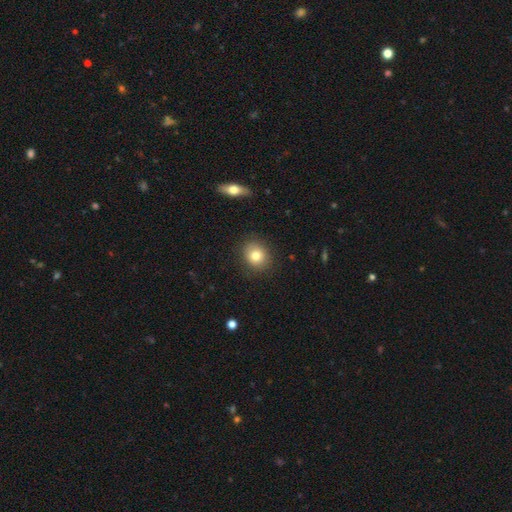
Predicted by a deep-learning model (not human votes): A smooth galaxy with no disk features (79%) that is round (78%). Merging: none (88%).